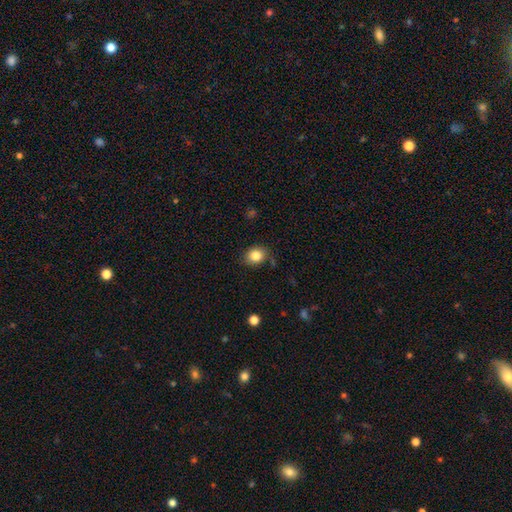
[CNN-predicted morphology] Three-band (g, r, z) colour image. It shows a smooth galaxy with no disk features (84%) that is round (52%). Merging: none (81%).